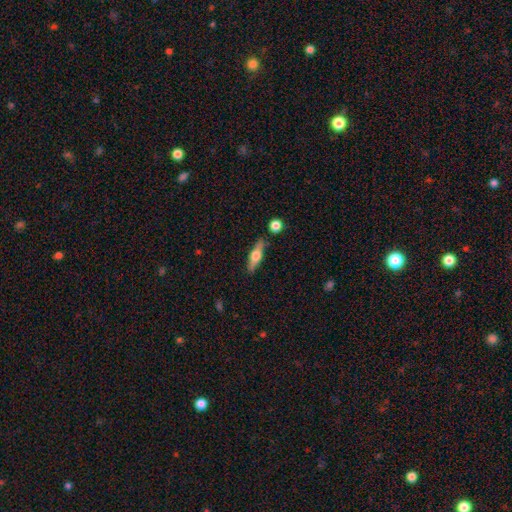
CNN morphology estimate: This appears to be a featured or disk galaxy (50%). Merging: none (81%).